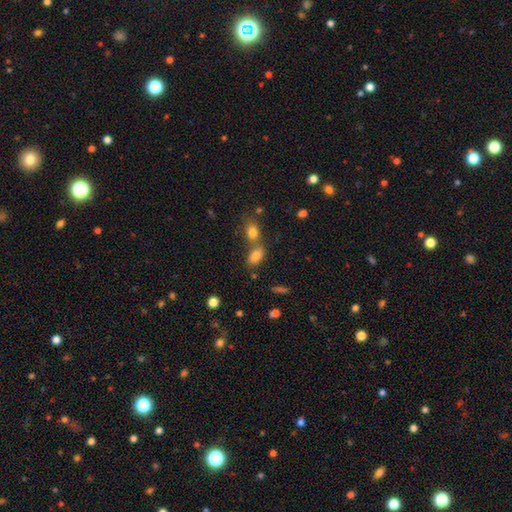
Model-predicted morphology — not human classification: A smooth galaxy with no disk features (80%) that is in between round and cigar-shaped (88%).

Vote fractions:
- Smooth or featured? smooth: 80% / star or artifact: 11% / featured or disk: 9%
- How rounded? in between: 88% / round: 8% / cigar-shaped: 4%
- Merging? none: 47% / merger: 39% / minor disturbance: 10% / major disturbance: 4%